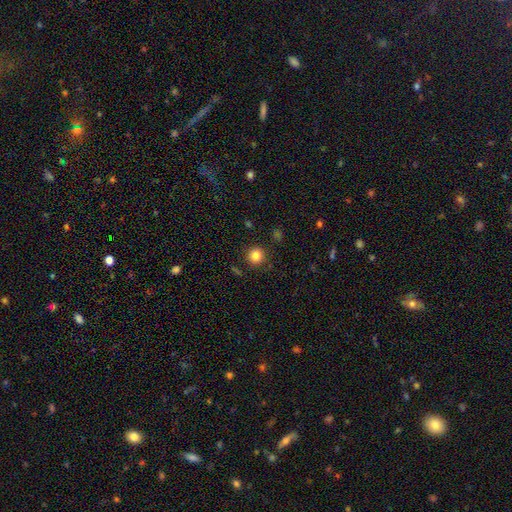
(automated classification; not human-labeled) Overall: smooth (83%). How rounded: round (93%). Merging: none (89%).